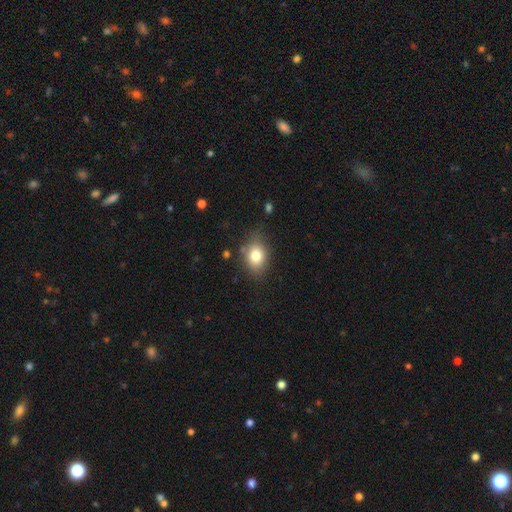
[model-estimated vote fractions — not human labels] Overall: smooth (80%). How rounded: in between (69%; round 29%). Merging: none (74%).